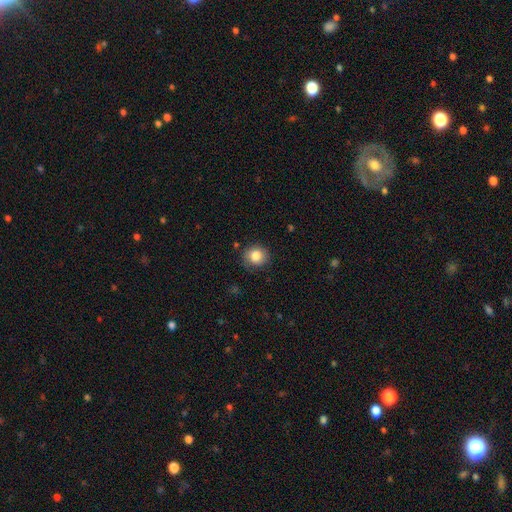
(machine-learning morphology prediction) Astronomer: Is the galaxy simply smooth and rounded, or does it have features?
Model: smooth — 83%.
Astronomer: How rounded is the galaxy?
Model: round — 85%.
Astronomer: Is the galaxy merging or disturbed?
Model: none — 81%.